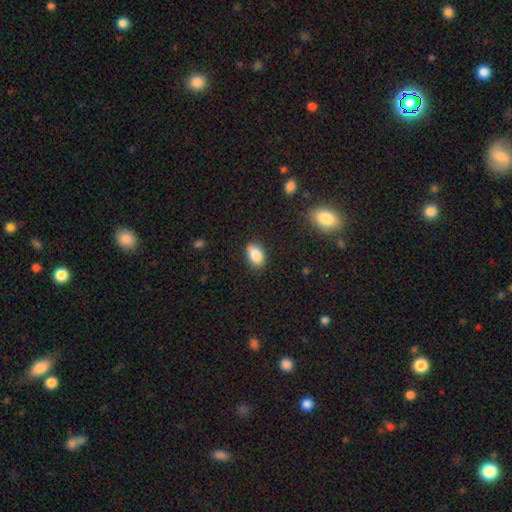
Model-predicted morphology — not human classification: A smooth galaxy with no disk features (86%) that is in between round and cigar-shaped (87%).

Vote fractions:
- Smooth or featured? smooth: 86% / star or artifact: 8% / featured or disk: 5%
- How rounded? in between: 87% / round: 11% / cigar-shaped: 2%
- Merging? none: 76% / minor disturbance: 17% / merger: 4% / major disturbance: 3%